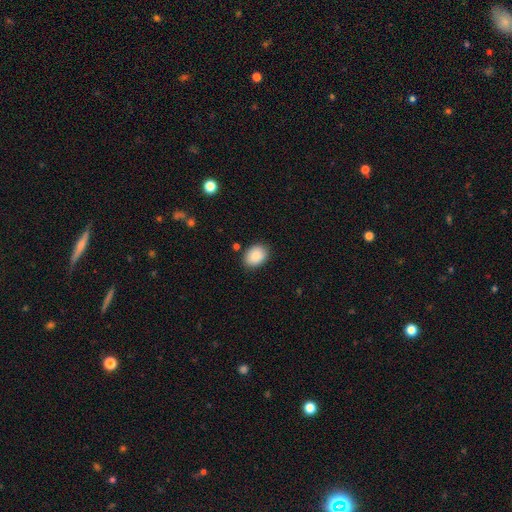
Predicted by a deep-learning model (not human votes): This appears to be a smooth galaxy with no disk features (87%) that is in between round and cigar-shaped (73%). Merging: none (84%).